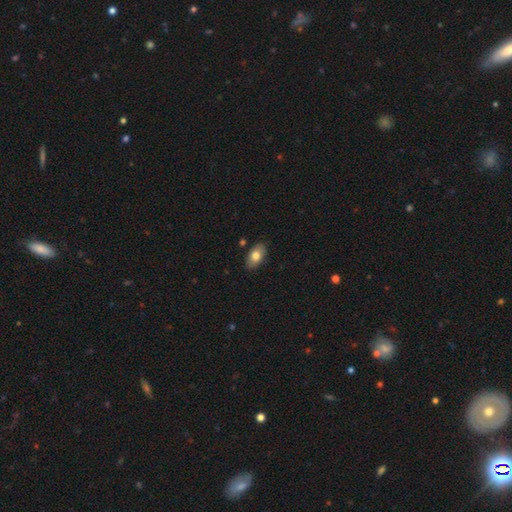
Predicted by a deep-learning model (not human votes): This is likely a smooth galaxy (77%). How rounded: clearly in between (93%). Merging: clearly none (86%).